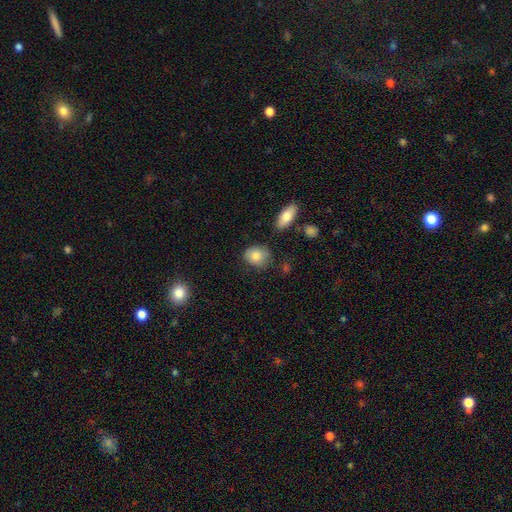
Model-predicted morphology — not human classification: Smooth or featured? smooth (82%)
How rounded? round (50%)
Merging? none (69%)